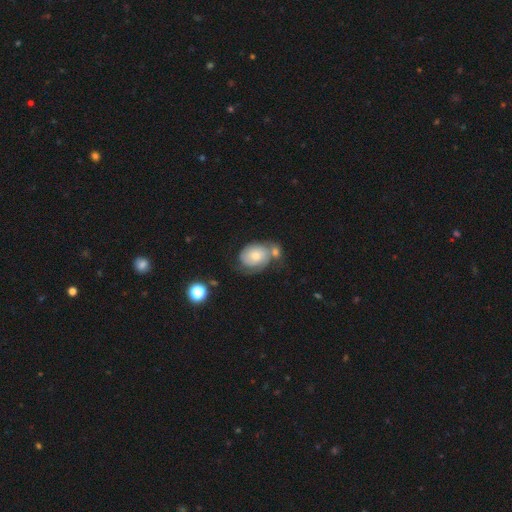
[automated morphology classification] Smooth or featured? Predicted: smooth (p=0.47). Merging? Predicted: none (p=0.35).